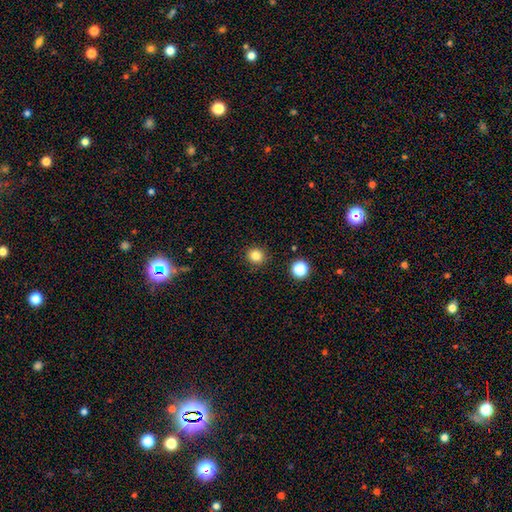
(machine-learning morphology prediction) Smooth or featured?
  - smooth: 83% *
  - star or artifact: 13%
  - featured or disk: 5%
How rounded?
  - round: 91% *
  - in between: 9%
  - cigar-shaped: 1%
Merging?
  - none: 89% *
  - minor disturbance: 7%
  - major disturbance: 2%
  - merger: 2%